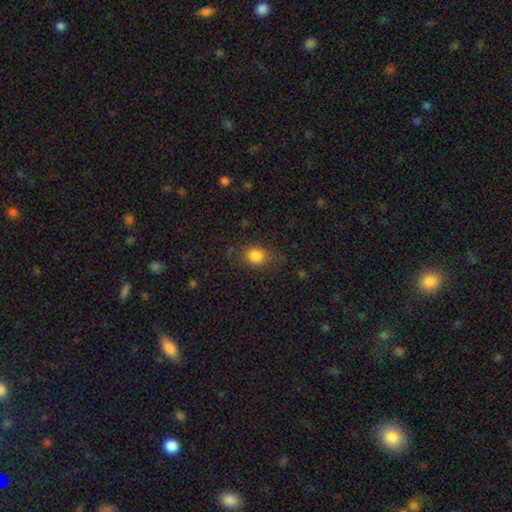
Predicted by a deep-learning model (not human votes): Smooth or featured? Predicted: smooth (p=0.83). How rounded? Predicted: round (p=0.53). Merging? Predicted: none (p=0.72).